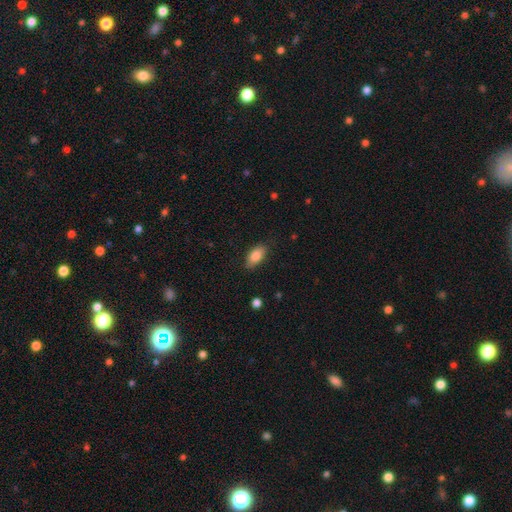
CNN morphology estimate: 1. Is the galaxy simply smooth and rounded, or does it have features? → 85% smooth, 8% featured or disk, 7% star or artifact.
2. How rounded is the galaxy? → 90% in between, 6% cigar-shaped, 4% round.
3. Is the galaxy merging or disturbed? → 83% none, 13% minor disturbance, 3% major disturbance, 1% merger.